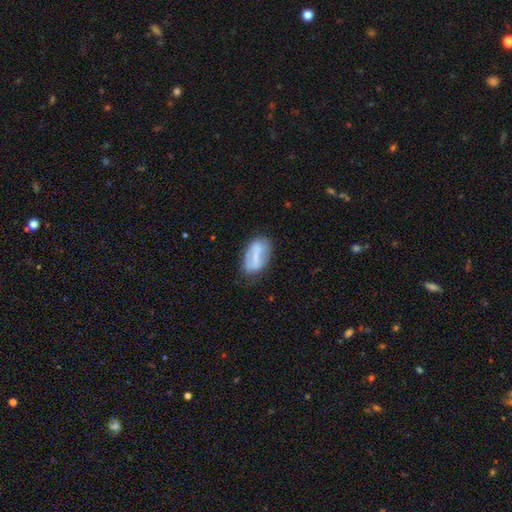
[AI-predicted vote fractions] Morphology: type=smooth (50%); roundness=in between (89%); merging=none (73%).